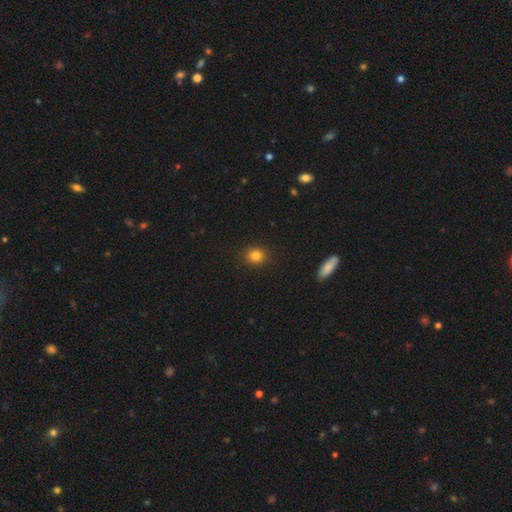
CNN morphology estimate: A smooth galaxy with no disk features (83%) that is round (82%).

Vote fractions:
- Smooth or featured? smooth: 83% / star or artifact: 12% / featured or disk: 5%
- How rounded? round: 82% / in between: 17% / cigar-shaped: 1%
- Merging? none: 91% / minor disturbance: 6% / major disturbance: 2% / merger: 1%